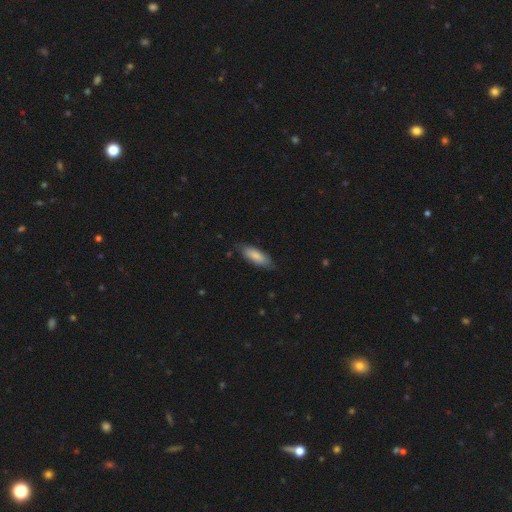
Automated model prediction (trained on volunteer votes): A smooth galaxy with no disk features (80%) that is in between round and cigar-shaped (62%).

Vote fractions:
- Smooth or featured? smooth: 80% / featured or disk: 14% / star or artifact: 6%
- How rounded? in between: 62% / cigar-shaped: 36% / round: 2%
- Merging? none: 75% / minor disturbance: 20% / major disturbance: 4% / merger: 1%